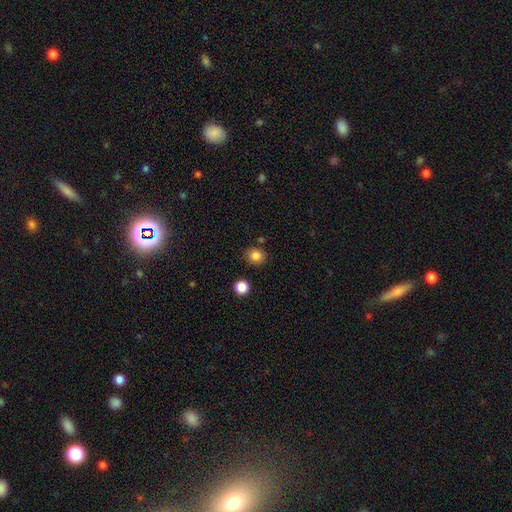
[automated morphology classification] smooth-or-featured: smooth: 84% | star or artifact: 11% | featured or disk: 4%
  how-rounded: round: 78% | in between: 21% | cigar-shaped: 1%
  merging: none: 85% | minor disturbance: 9% | merger: 4% | major disturbance: 3%